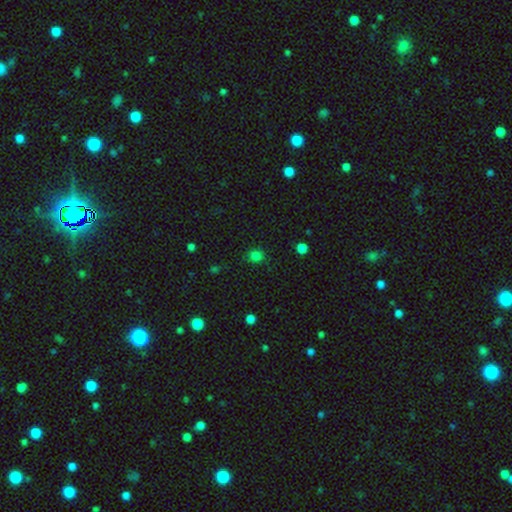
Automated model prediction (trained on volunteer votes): Smooth or featured: smooth — 80% (star or artifact — 16%)
How rounded: round — 79% (in between — 20%)
Merging: none — 83% (minor disturbance — 12%)